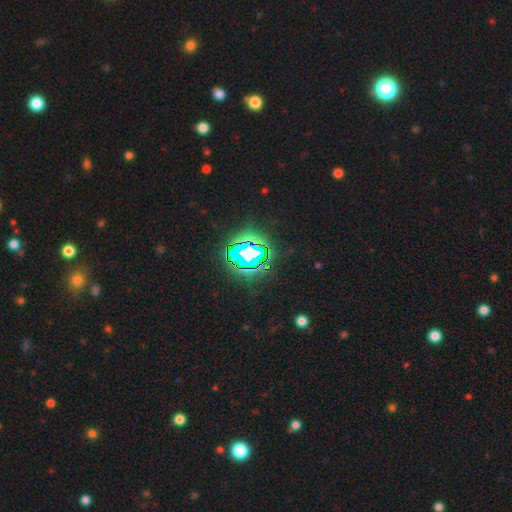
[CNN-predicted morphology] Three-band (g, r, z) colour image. It shows a star or artifact, not a galaxy (81%).